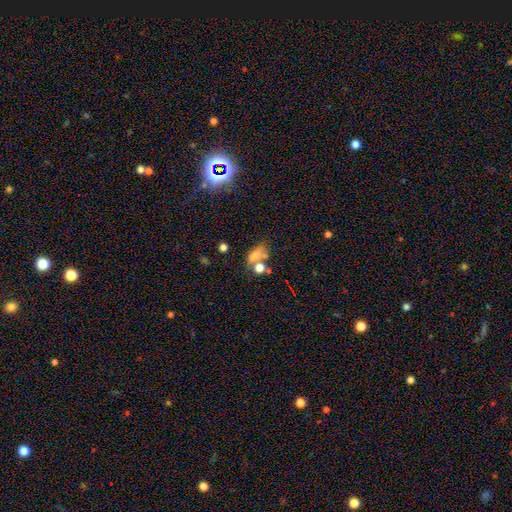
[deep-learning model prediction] Overall: smooth (65%). How rounded: in between (72%). Merging: merger (36%; none 35%).